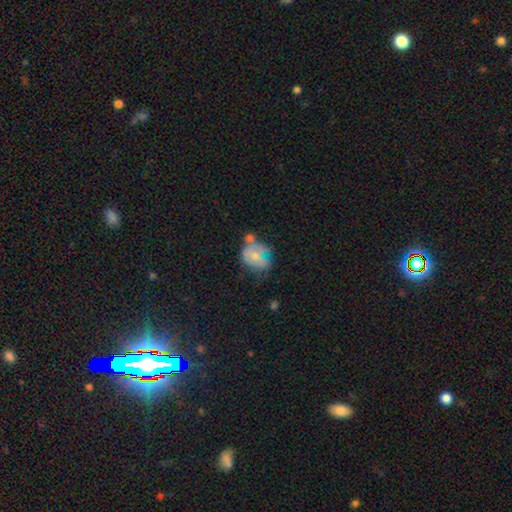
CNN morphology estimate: A featured or disk galaxy (47%).

Vote fractions:
- Smooth or featured? featured or disk: 47% / smooth: 43% / star or artifact: 10%
- Merging? none: 31% / minor disturbance: 27% / major disturbance: 22% / merger: 19%